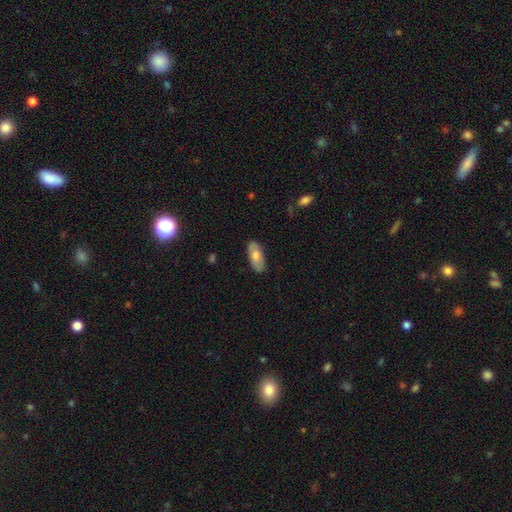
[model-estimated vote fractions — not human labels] Smooth or featured? Predicted: smooth (p=0.73). How rounded? Predicted: in between (p=0.87). Merging? Predicted: none (p=0.85).